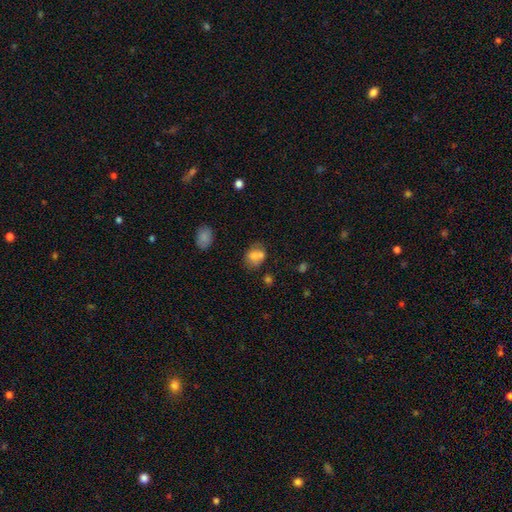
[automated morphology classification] This appears to be a smooth galaxy with no disk features (72%) that is in between round and cigar-shaped (58%). Merging: none (46%).